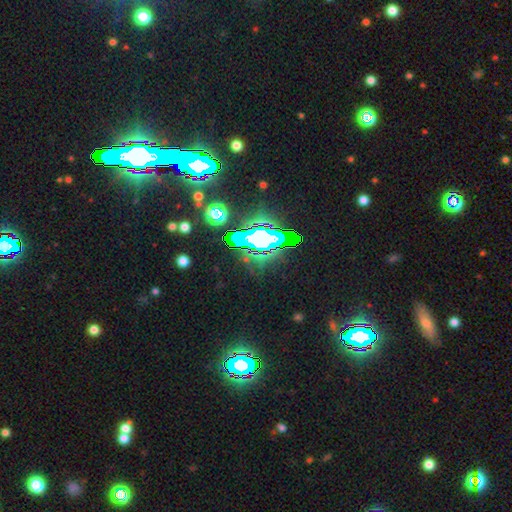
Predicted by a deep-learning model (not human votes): A star or artifact, not a galaxy (82%).